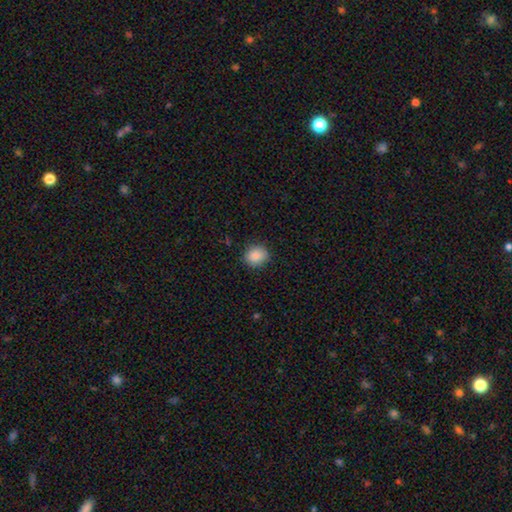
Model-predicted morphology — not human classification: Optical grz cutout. It shows a smooth galaxy with no disk features (88%) that is round (77%). Merging: none (87%).